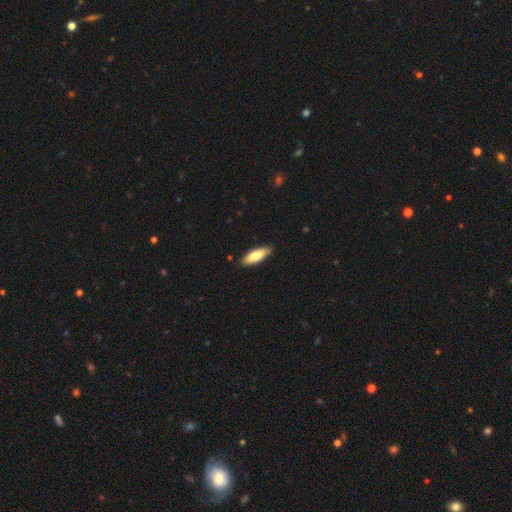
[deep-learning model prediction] The model was most divided on "how rounded": in between: 63%, cigar-shaped: 35%, round: 2%. More confident: merging — none (85%); smooth or featured — smooth (80%).